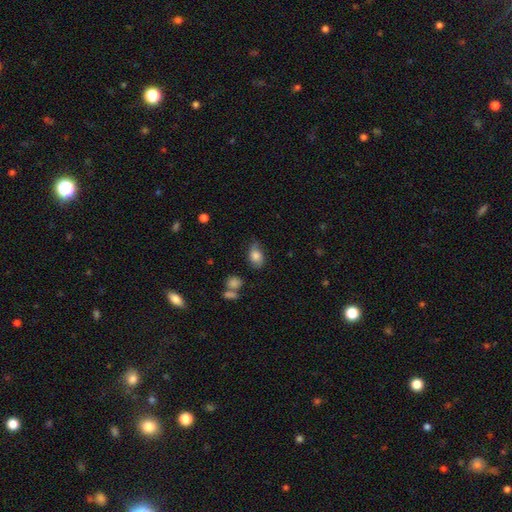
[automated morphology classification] Overall: smooth (78%). How rounded: in between (82%). Merging: none (59%; minor disturbance 29%).